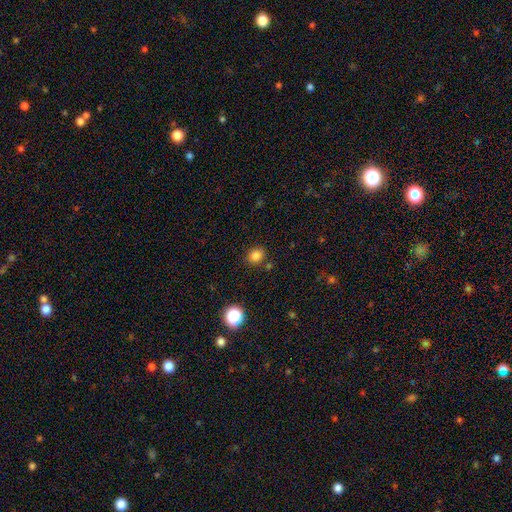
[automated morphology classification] Smooth or featured? Predicted: smooth (p=0.82). How rounded? Predicted: round (p=0.71). Merging? Predicted: none (p=0.83).